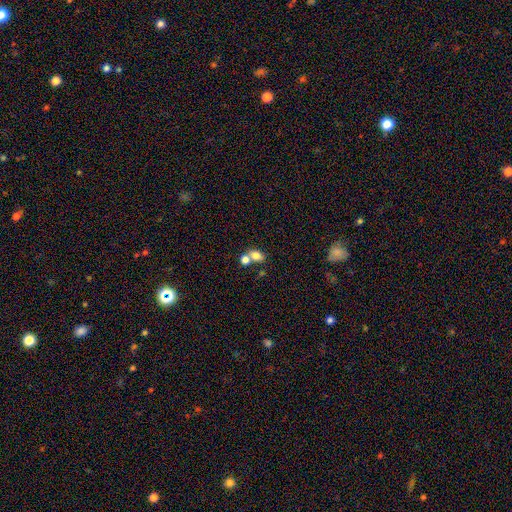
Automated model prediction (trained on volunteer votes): The model was most divided on "merging": merger: 48%, none: 39%, minor disturbance: 9%, major disturbance: 4%. More confident: smooth or featured — smooth (78%); how rounded — in between (67%).